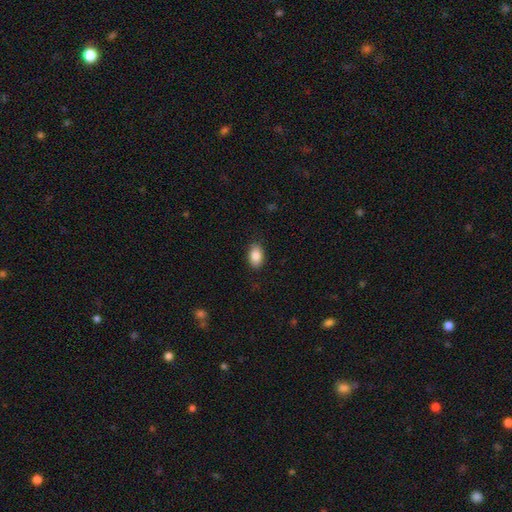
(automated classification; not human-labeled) smooth-or-featured: smooth: 88% | star or artifact: 7% | featured or disk: 5%
  how-rounded: in between: 91% | round: 8% | cigar-shaped: 2%
  merging: none: 88% | minor disturbance: 9% | major disturbance: 2% | merger: 1%